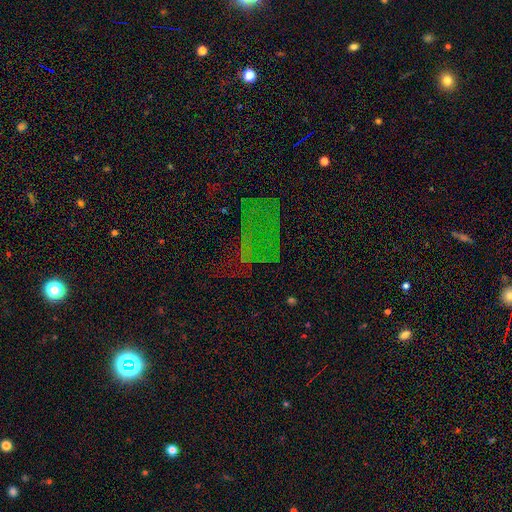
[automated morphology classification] This appears to be a star or artifact, not a galaxy (62%).